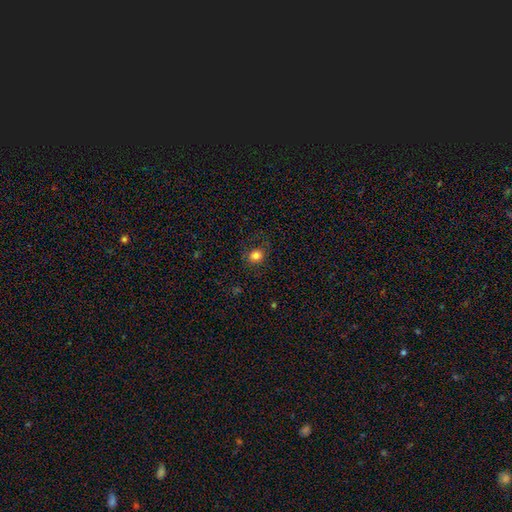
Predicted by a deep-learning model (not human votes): A smooth galaxy with no disk features (82%) that is round (74%). Merging: none (80%).